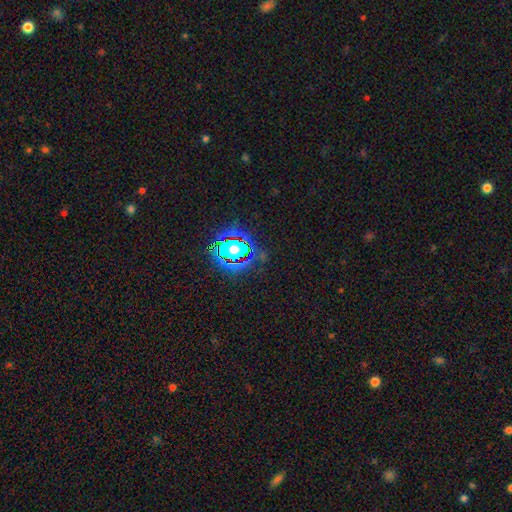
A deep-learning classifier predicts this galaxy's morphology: This is likely a star or artifact rather than a galaxy (79%).